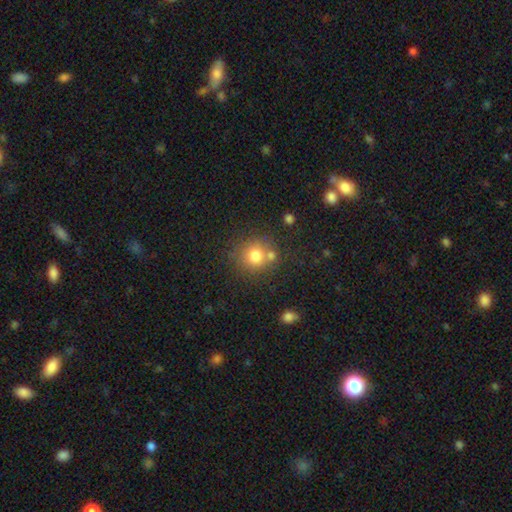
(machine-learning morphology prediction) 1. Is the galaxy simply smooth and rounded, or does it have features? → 77% smooth, 13% star or artifact, 10% featured or disk.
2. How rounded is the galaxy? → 89% round, 11% in between, 1% cigar-shaped.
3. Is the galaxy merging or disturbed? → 65% none, 20% merger, 11% minor disturbance, 4% major disturbance.